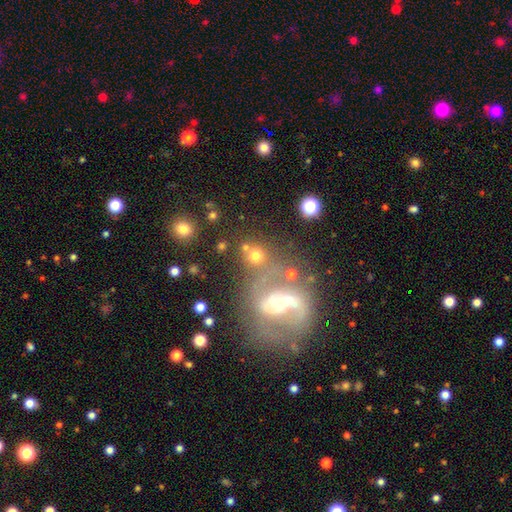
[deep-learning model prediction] This appears to be a smooth galaxy with no disk features (65%) that is round (83%). Merging: none (57%).